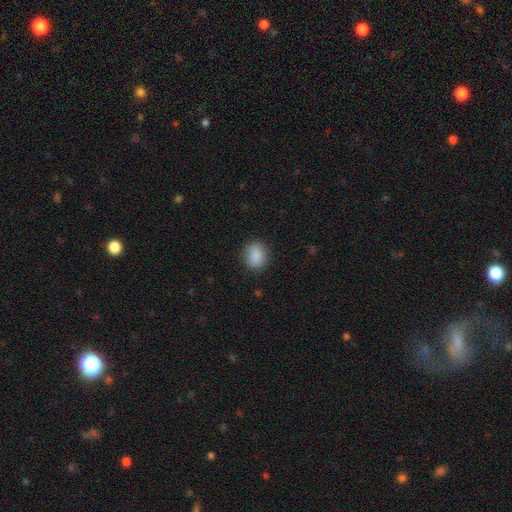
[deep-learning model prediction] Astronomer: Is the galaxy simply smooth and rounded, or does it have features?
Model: smooth — 88%.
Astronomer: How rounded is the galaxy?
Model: round — 56% (runner-up: in between, 43%).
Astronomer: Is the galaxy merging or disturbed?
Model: none — 86%.